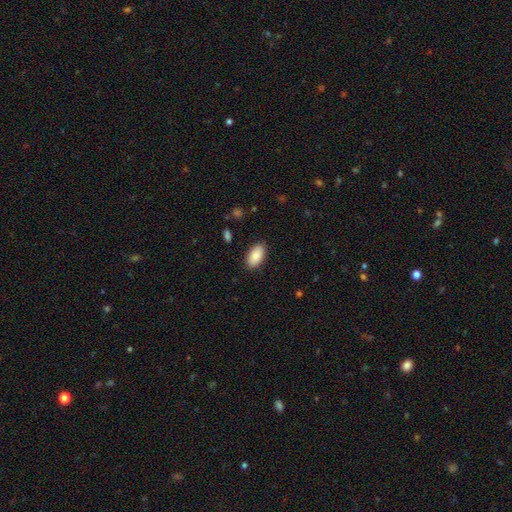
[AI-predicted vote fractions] Overall: smooth (88%). How rounded: in between (95%). Merging: none (87%).